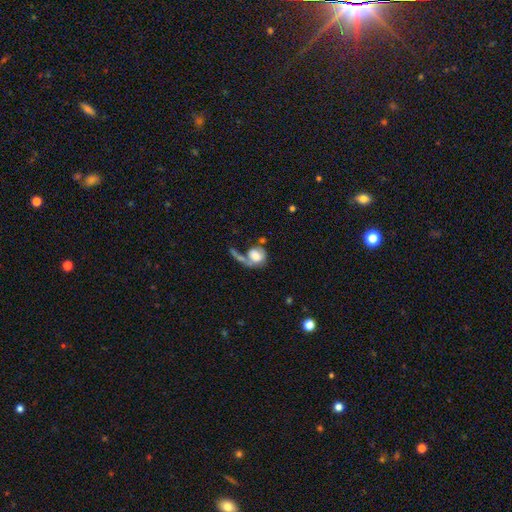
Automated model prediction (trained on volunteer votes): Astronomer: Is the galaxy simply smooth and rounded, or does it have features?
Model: smooth — 57% (runner-up: featured or disk, 34%).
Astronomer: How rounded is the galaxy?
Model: round — 60% (runner-up: in between, 38%).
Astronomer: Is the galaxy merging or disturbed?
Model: major disturbance — 31% (runner-up: merger, 30%).